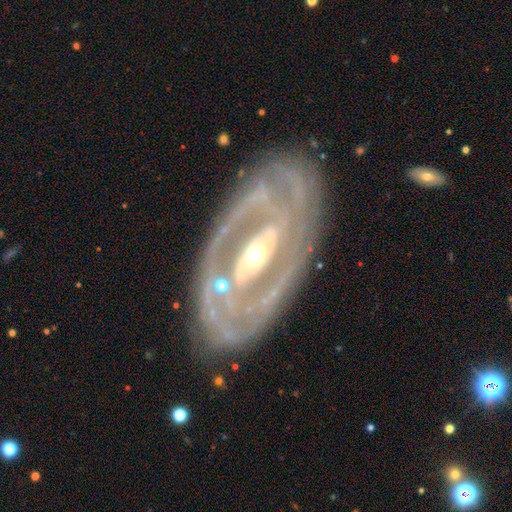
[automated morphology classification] Smooth or featured?
  - featured or disk: 89% *
  - smooth: 7%
  - star or artifact: 5%
Edge-on disk?
  - no: 93% *
  - yes: 7%
Bar?
  - strong: 43% *
  - weak: 30%
  - no: 27%
Spiral arms?
  - yes: 87% *
  - no: 13%
Spiral winding?
  - tight: 66% *
  - medium: 26%
  - loose: 8%
Spiral arm count?
  - 2: 55% *
  - can't tell: 21%
  - 3: 11%
  - 1: 5%
  - 4: 5%
  - more than 4: 4%
Bulge size?
  - moderate: 60% *
  - small: 33%
  - large: 5%
  - dominant: 1%
  - none: 1%
Merging?
  - none: 79% *
  - minor disturbance: 14%
  - major disturbance: 5%
  - merger: 2%